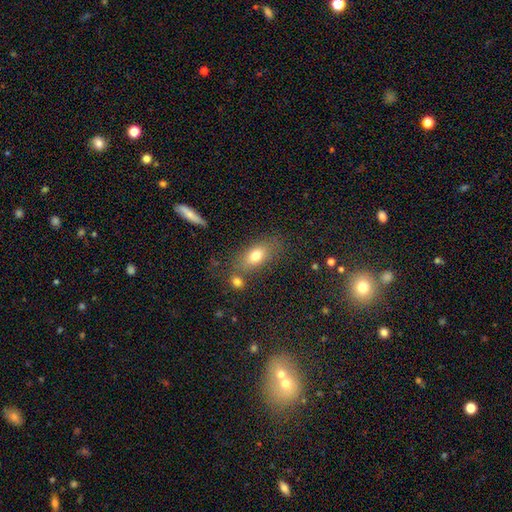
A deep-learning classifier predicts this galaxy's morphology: Q: Smooth or featured?
A: smooth (74%); runner-up: featured or disk (15%)
Q: How rounded?
A: in between (79%); runner-up: round (11%)
Q: Merging?
A: none (68%); runner-up: minor disturbance (15%)